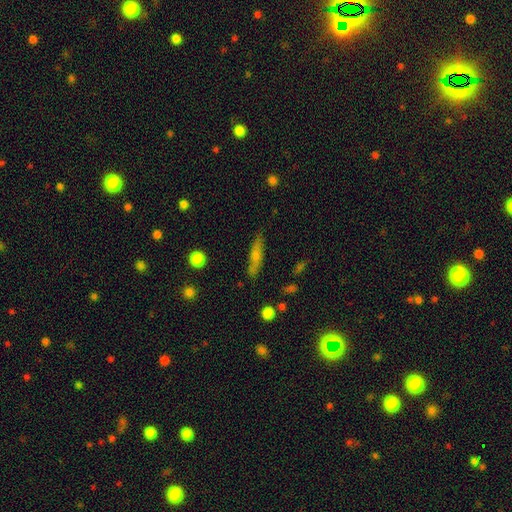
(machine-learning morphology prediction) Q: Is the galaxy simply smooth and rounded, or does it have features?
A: smooth — 60%.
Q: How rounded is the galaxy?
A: cigar-shaped — 80%.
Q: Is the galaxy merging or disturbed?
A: none — 78%.